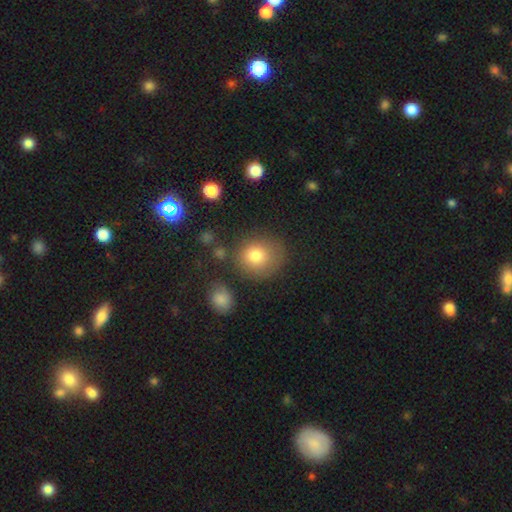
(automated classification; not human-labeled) smooth_or_featured: smooth (p=0.80) [alt: star or artifact p=0.11]
how_rounded: round (p=0.77) [alt: in between p=0.22]
merging: none (p=0.72) [alt: minor disturbance p=0.15]